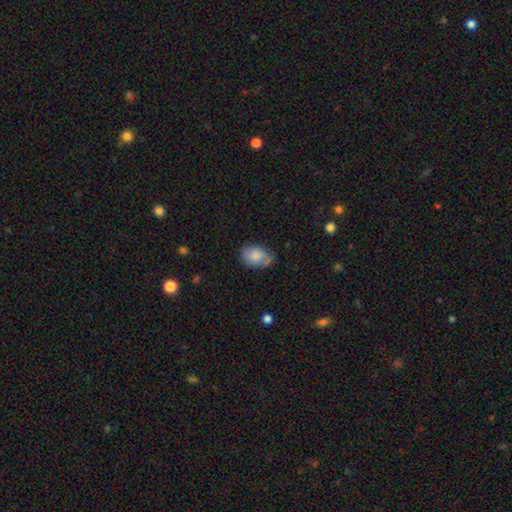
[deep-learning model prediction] Smooth or featured? smooth (79%)
How rounded? in between (81%)
Merging? none (55%)